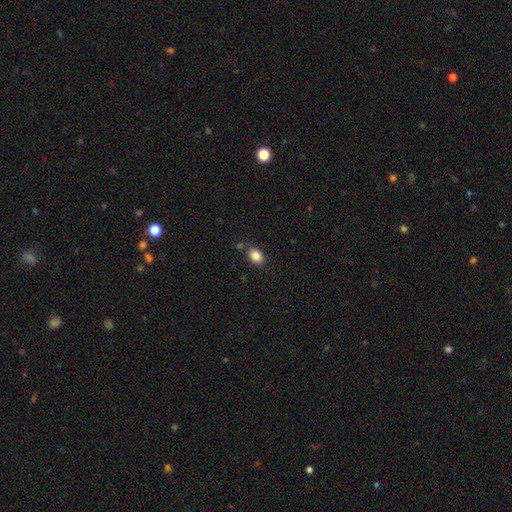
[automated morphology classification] Smooth or featured? smooth (85%)
How rounded? in between (71%)
Merging? none (79%)